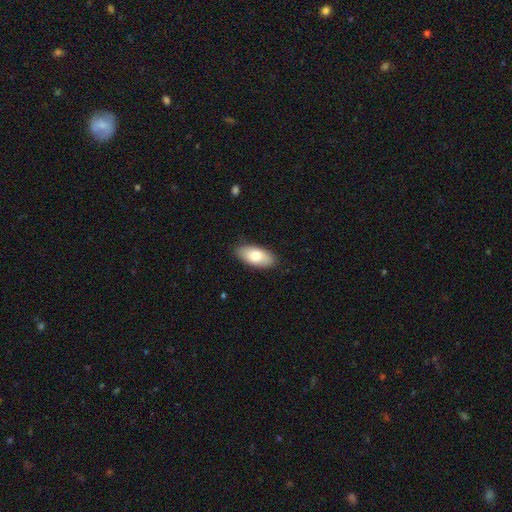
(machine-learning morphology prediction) smooth-or-featured: smooth: 79% | featured or disk: 15% | star or artifact: 6%
  how-rounded: in between: 91% | cigar-shaped: 7% | round: 2%
  merging: none: 87% | minor disturbance: 10% | major disturbance: 2% | merger: 1%